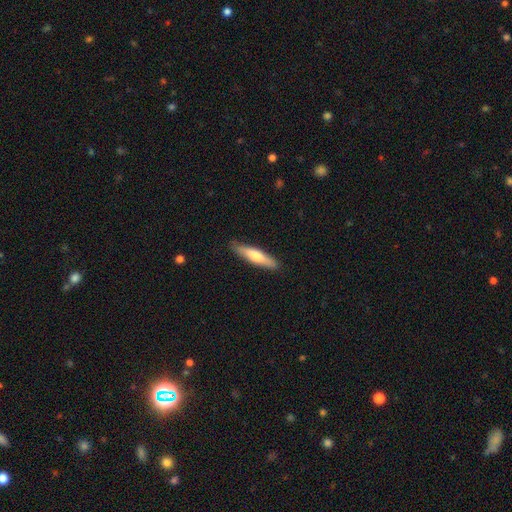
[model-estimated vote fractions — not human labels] Smooth or featured? smooth (65%)
How rounded? cigar-shaped (83%)
Merging? none (87%)